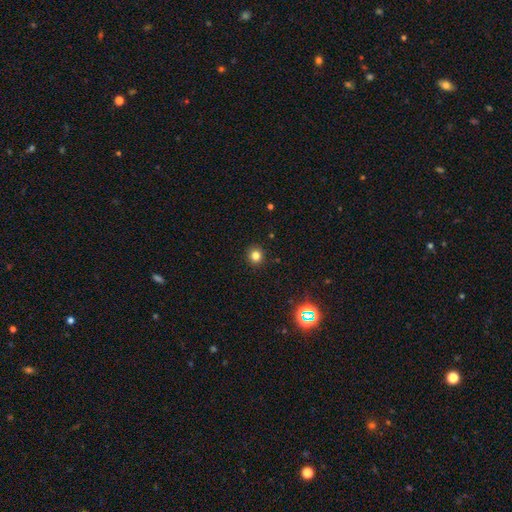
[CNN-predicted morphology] smooth 80%, star or artifact 14%, featured or disk 5%. Down the decision tree: how rounded — round (90%); merging — none (92%).